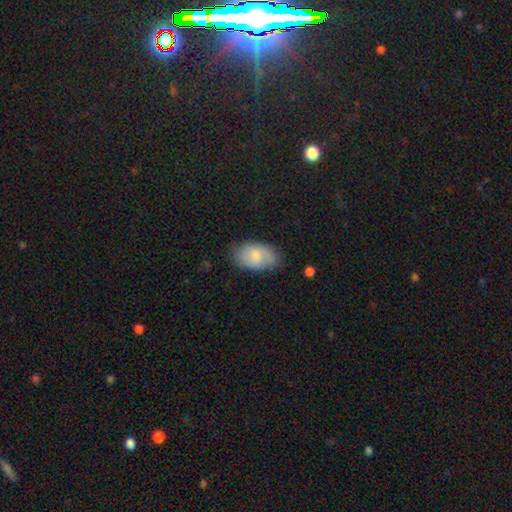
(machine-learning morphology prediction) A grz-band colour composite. It shows a smooth galaxy with no disk features (73%) that is in between round and cigar-shaped (93%). Merging: none (72%).